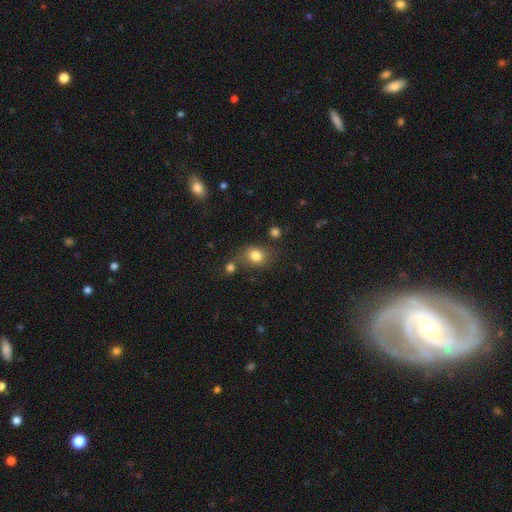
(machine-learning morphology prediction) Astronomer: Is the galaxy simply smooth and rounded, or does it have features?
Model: smooth — 81%.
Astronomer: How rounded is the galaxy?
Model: round — 56% (runner-up: in between, 43%).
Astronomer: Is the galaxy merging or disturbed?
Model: none — 61%.